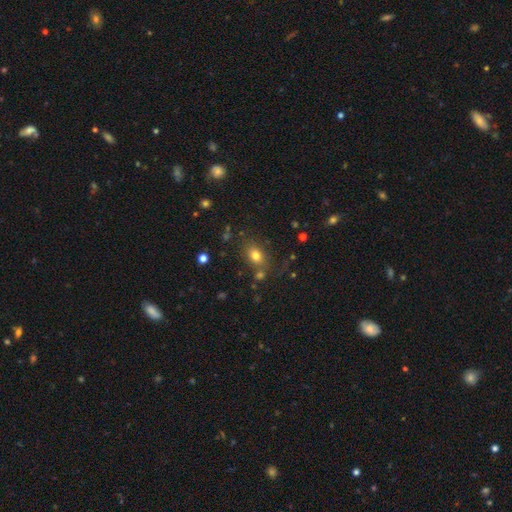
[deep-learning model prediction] The model was most divided on "how rounded": in between: 69%, round: 30%, cigar-shaped: 2%. More confident: smooth or featured — smooth (77%); merging — none (72%).